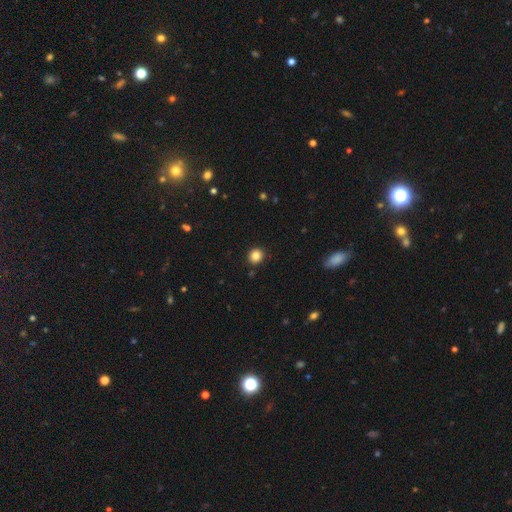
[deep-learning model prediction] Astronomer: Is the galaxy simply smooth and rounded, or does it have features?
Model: smooth — 84%.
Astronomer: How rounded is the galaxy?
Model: round — 88%.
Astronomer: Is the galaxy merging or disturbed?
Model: none — 91%.